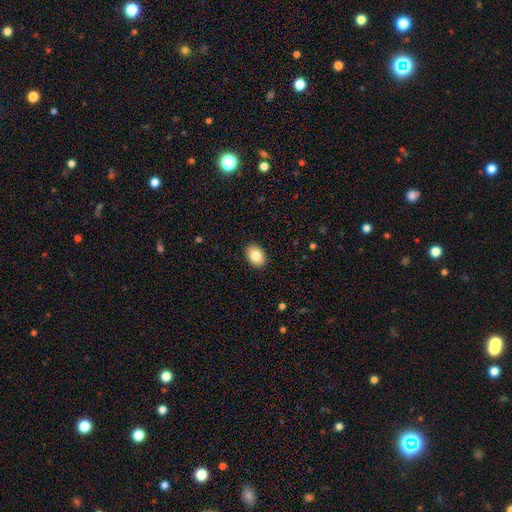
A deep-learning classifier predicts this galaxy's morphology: The model was most divided on "how rounded": in between: 79%, round: 20%, cigar-shaped: 1%. More confident: merging — none (90%); smooth or featured — smooth (84%).